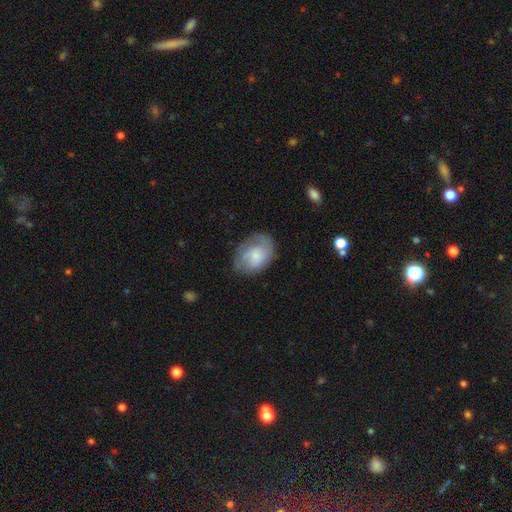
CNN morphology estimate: smooth-or-featured: smooth: 59% | featured or disk: 34% | star or artifact: 7%
  how-rounded: in between: 70% | round: 29% | cigar-shaped: 1%
  merging: none: 62% | minor disturbance: 25% | major disturbance: 11% | merger: 2%